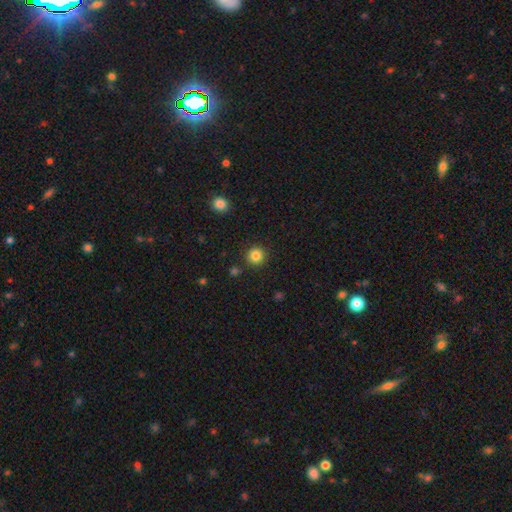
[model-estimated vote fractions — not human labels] This appears to be a smooth galaxy with no disk features (85%) that is round (94%). Merging: none (90%).